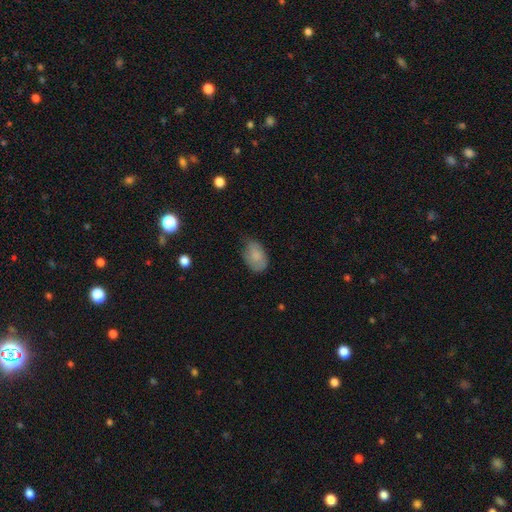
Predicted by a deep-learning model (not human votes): Smooth or featured?
  - smooth: 81% *
  - featured or disk: 11%
  - star or artifact: 7%
How rounded?
  - in between: 89% *
  - round: 10%
  - cigar-shaped: 1%
Merging?
  - none: 55% *
  - minor disturbance: 36%
  - major disturbance: 8%
  - merger: 2%